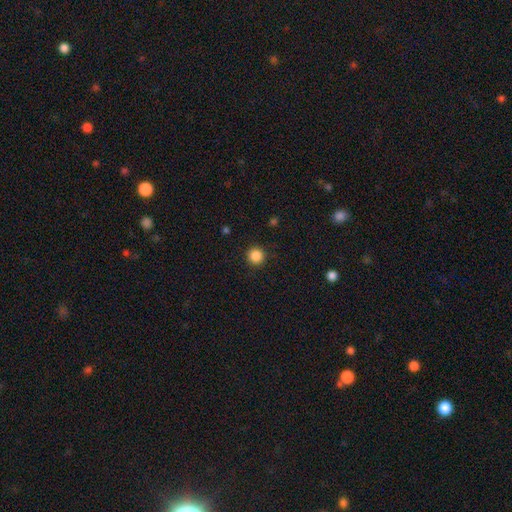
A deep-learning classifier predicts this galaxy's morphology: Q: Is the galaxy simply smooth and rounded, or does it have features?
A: smooth — 87%.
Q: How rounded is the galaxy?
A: round — 95%.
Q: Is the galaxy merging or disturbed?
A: none — 91%.